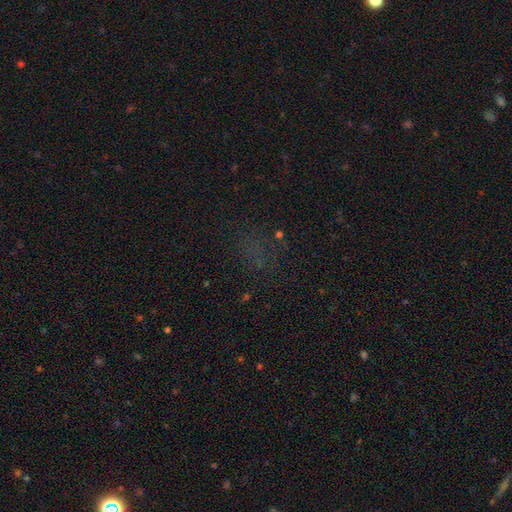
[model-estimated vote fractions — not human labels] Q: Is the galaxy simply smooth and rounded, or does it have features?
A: star or artifact — 55%.